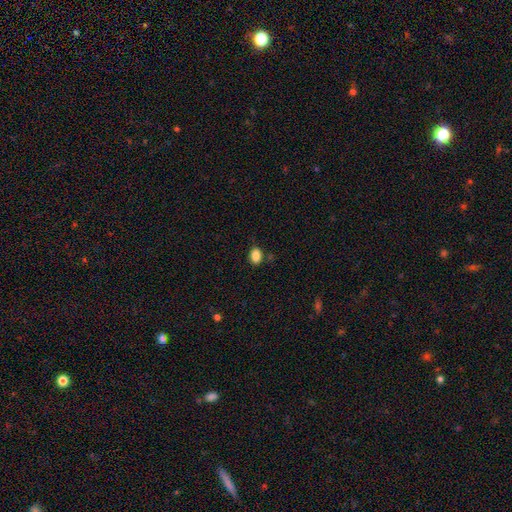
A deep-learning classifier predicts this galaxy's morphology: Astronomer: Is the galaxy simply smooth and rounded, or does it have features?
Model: smooth — 87%.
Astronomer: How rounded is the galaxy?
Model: in between — 81%.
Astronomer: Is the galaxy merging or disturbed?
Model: none — 81%.